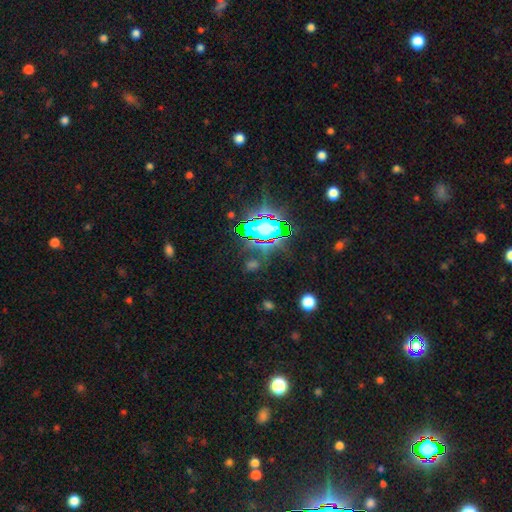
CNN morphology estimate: A star or artifact, not a galaxy (78%).

Vote fractions:
- Smooth or featured? star or artifact: 78% / smooth: 13% / featured or disk: 9%